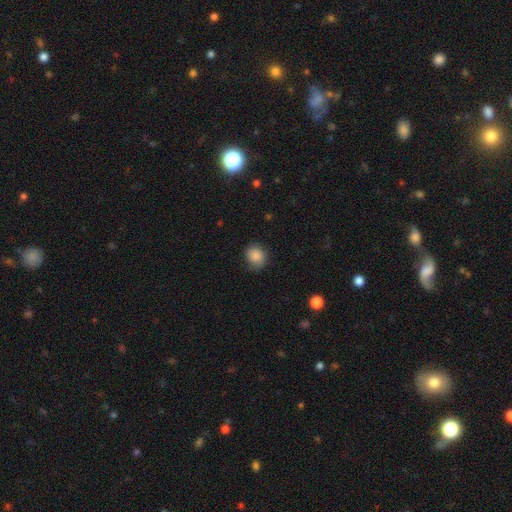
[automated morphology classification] smooth_or_featured: smooth (p=0.85) [alt: star or artifact p=0.09]
how_rounded: round (p=0.76) [alt: in between p=0.23]
merging: none (p=0.74) [alt: minor disturbance p=0.20]